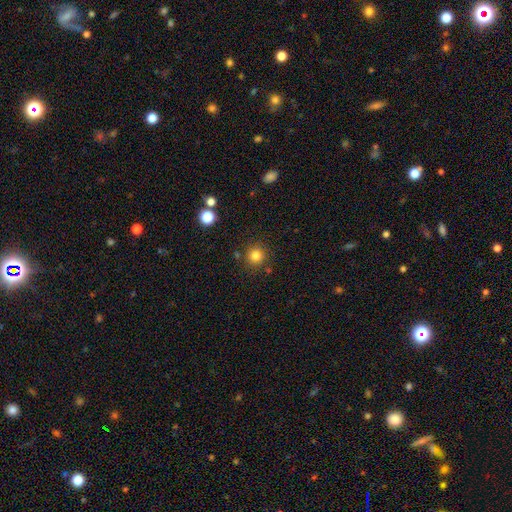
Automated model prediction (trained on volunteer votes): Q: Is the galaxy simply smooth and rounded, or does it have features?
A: smooth — 82%.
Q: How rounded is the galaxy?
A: round — 94%.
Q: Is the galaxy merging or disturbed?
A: none — 86%.